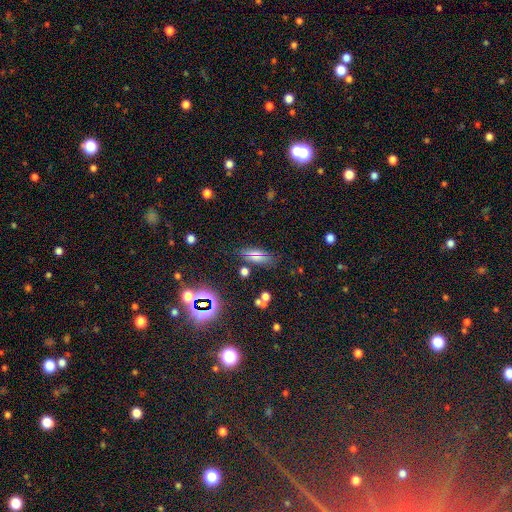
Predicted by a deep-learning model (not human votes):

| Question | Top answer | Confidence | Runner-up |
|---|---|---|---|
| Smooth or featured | smooth | 56% | star or artifact (28%) |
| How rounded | in between | 68% | cigar-shaped (25%) |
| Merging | none | 78% | minor disturbance (13%) |